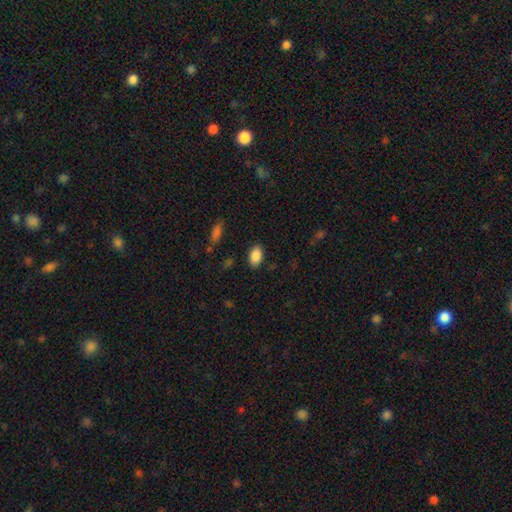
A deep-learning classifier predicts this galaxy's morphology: Q: Smooth or featured?
A: smooth (87%); runner-up: star or artifact (8%)
Q: How rounded?
A: in between (91%); runner-up: round (7%)
Q: Merging?
A: none (87%); runner-up: minor disturbance (9%)